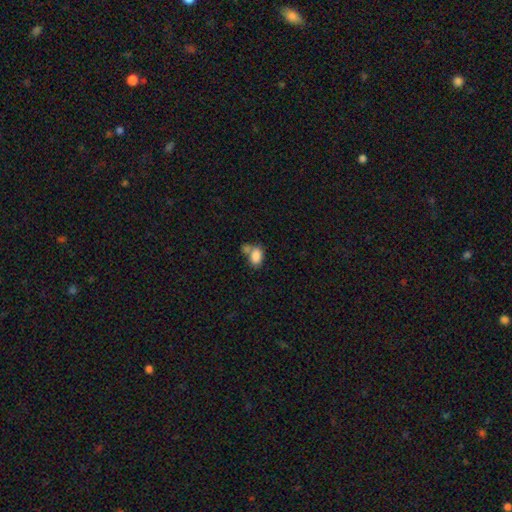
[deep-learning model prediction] smooth 84%, star or artifact 8%, featured or disk 8%. Down the decision tree: how rounded — in between (85%); merging — merger (46%).